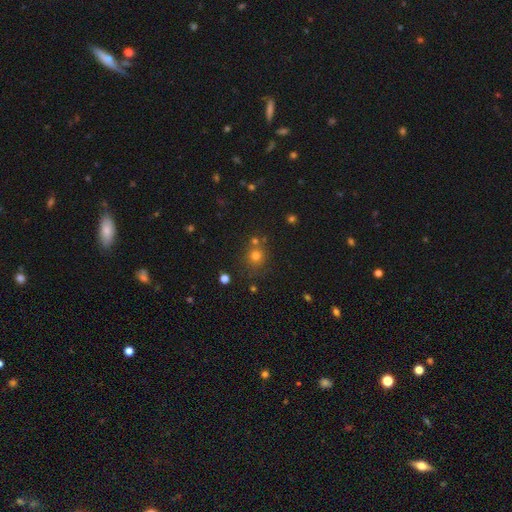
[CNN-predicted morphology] smooth_or_featured: smooth (p=0.73) [alt: star or artifact p=0.18]
how_rounded: round (p=0.88) [alt: in between p=0.12]
merging: none (p=0.72) [alt: merger p=0.14]